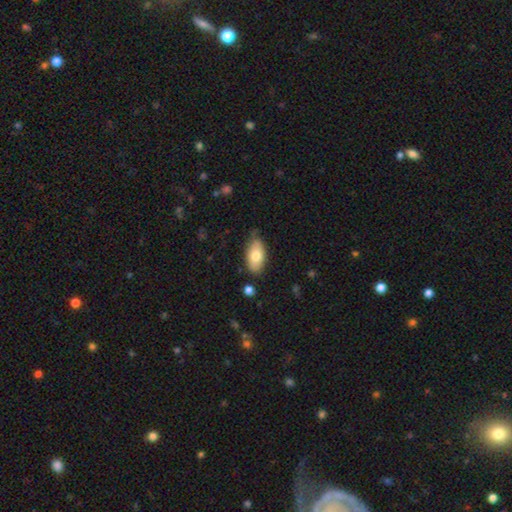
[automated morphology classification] Overall: smooth (76%). How rounded: in between (93%). Merging: none (74%).